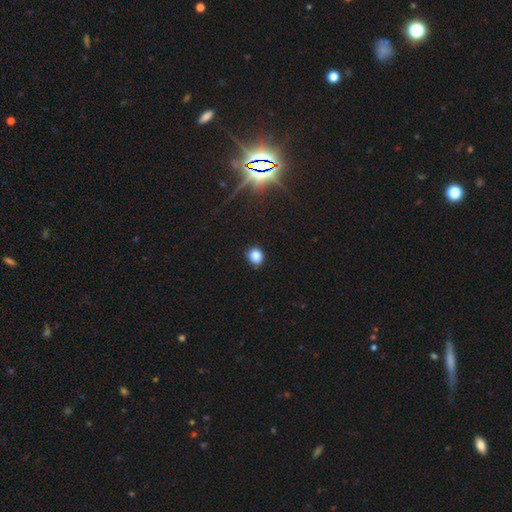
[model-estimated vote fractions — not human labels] Smooth or featured?
  - smooth: 83% *
  - star or artifact: 12%
  - featured or disk: 4%
How rounded?
  - round: 73% *
  - in between: 26%
  - cigar-shaped: 1%
Merging?
  - none: 85% *
  - minor disturbance: 11%
  - major disturbance: 2%
  - merger: 1%